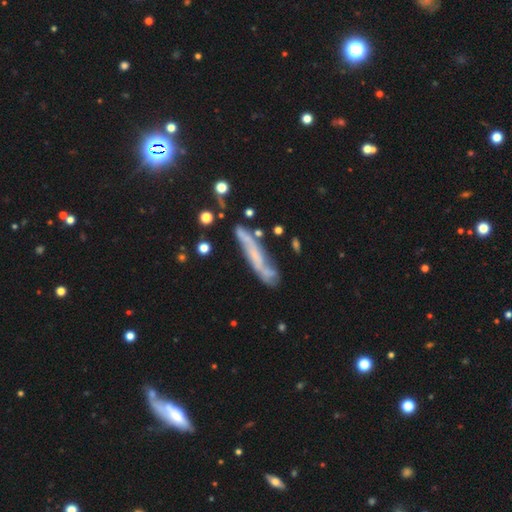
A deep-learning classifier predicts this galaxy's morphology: Smooth or featured: featured or disk — 57% (smooth — 33%)
Edge-on disk: yes — 62% (no — 38%)
Merging: none — 59% (minor disturbance — 23%)